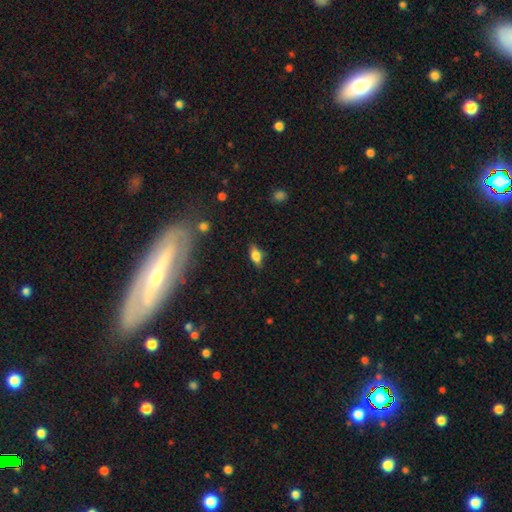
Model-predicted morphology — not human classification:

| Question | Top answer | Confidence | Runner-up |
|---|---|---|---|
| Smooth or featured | smooth | 73% | featured or disk (19%) |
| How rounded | in between | 82% | cigar-shaped (14%) |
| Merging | none | 84% | minor disturbance (12%) |